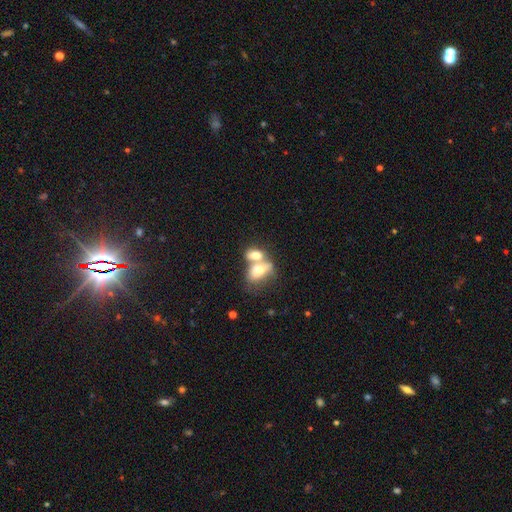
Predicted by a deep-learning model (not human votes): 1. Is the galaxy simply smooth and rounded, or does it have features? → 44% smooth, 29% featured or disk, 27% star or artifact.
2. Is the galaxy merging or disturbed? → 53% merger, 33% none, 8% minor disturbance, 5% major disturbance.